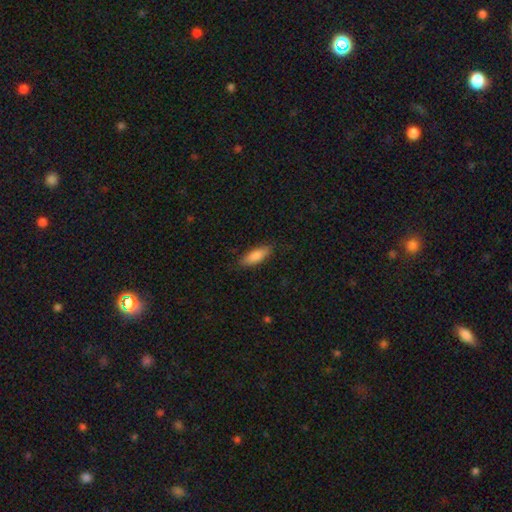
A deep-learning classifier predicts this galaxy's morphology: smooth_or_featured: smooth (p=0.85) [alt: featured or disk p=0.09]
how_rounded: in between (p=0.62) [alt: cigar-shaped p=0.36]
merging: none (p=0.85) [alt: minor disturbance p=0.12]